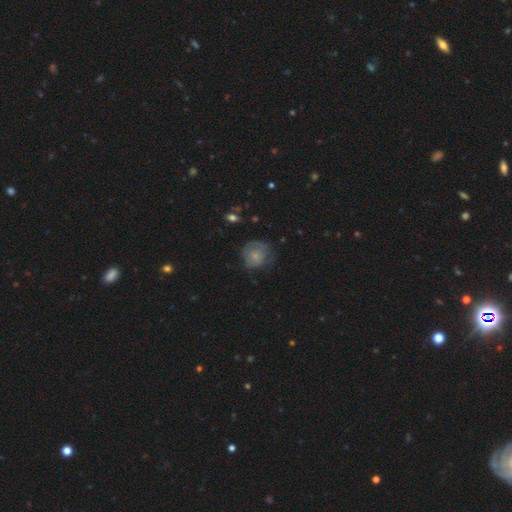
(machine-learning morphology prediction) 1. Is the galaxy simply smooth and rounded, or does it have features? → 60% smooth, 31% featured or disk, 9% star or artifact.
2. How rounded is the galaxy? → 83% round, 16% in between, 1% cigar-shaped.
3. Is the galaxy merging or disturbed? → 55% none, 28% minor disturbance, 16% major disturbance, 2% merger.